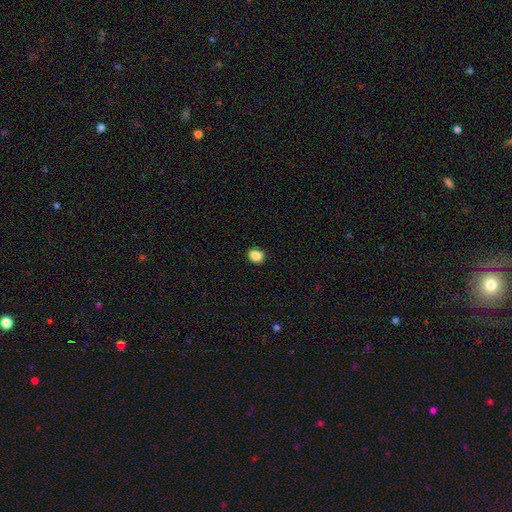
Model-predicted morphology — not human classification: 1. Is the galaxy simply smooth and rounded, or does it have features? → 87% smooth, 9% star or artifact, 3% featured or disk.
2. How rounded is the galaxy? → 57% round, 42% in between, 1% cigar-shaped.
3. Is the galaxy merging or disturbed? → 88% none, 9% minor disturbance, 2% major disturbance, 1% merger.